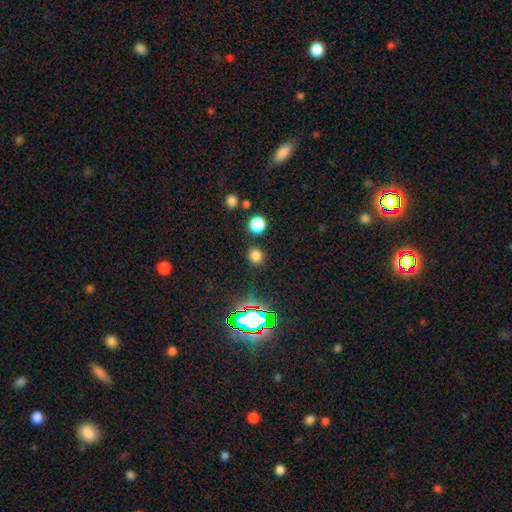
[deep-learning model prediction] This is likely a smooth galaxy (74%). How rounded: clearly round (86%). Merging: clearly none (86%).